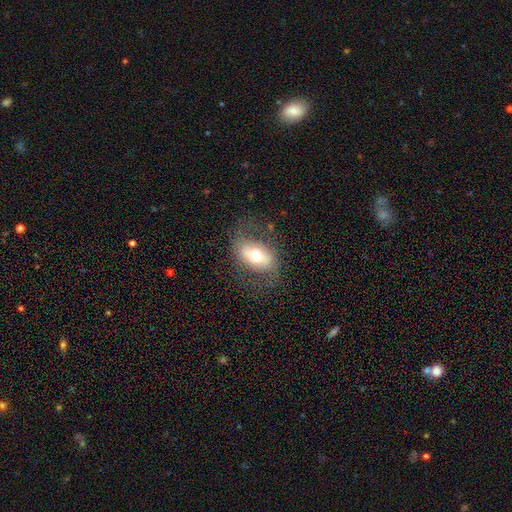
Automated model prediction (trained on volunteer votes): Smooth or featured? smooth (48%)
Merging? none (70%)